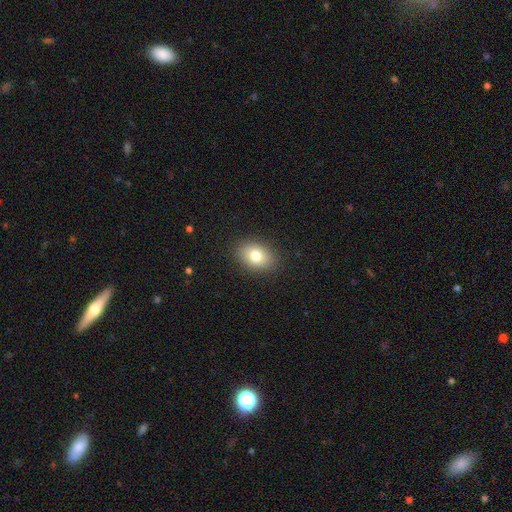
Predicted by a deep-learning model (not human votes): Morphology: type=smooth (79%); roundness=in between (77%); merging=none (88%).